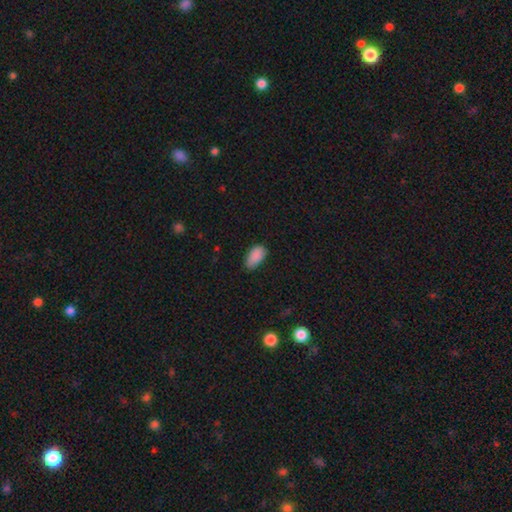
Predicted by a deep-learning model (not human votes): Q: Smooth or featured?
A: smooth (89%); runner-up: star or artifact (7%)
Q: How rounded?
A: in between (94%); runner-up: round (3%)
Q: Merging?
A: none (66%); runner-up: minor disturbance (28%)